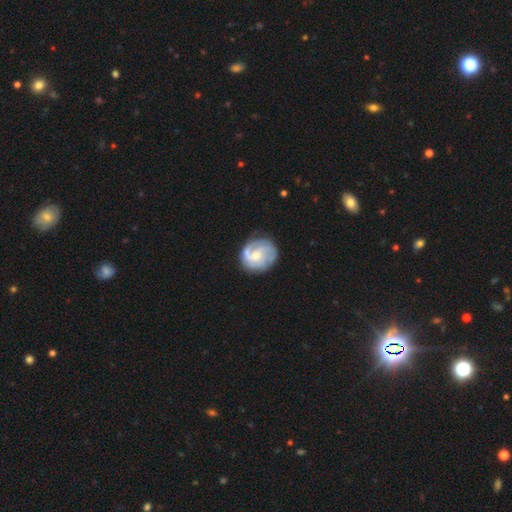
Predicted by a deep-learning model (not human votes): A featured or disk galaxy (80%) with no bar (58%), 2 (33%) tight (46%) spiral arms (95%) and a small central bulge (48%). Merging: none (74%).